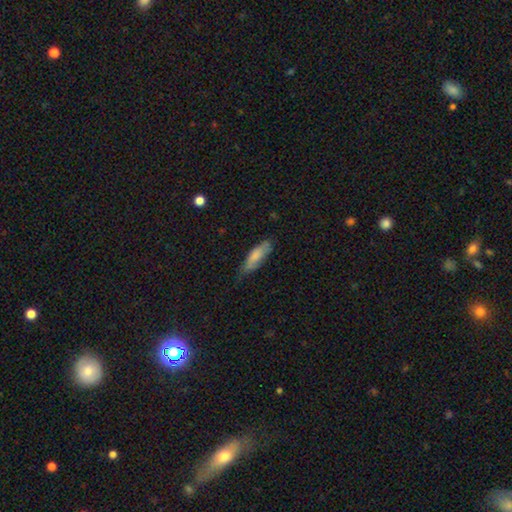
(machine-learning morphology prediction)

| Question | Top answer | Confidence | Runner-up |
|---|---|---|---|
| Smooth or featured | smooth | 76% | featured or disk (18%) |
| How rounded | cigar-shaped | 50% | in between (48%) |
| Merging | none | 54% | minor disturbance (35%) |